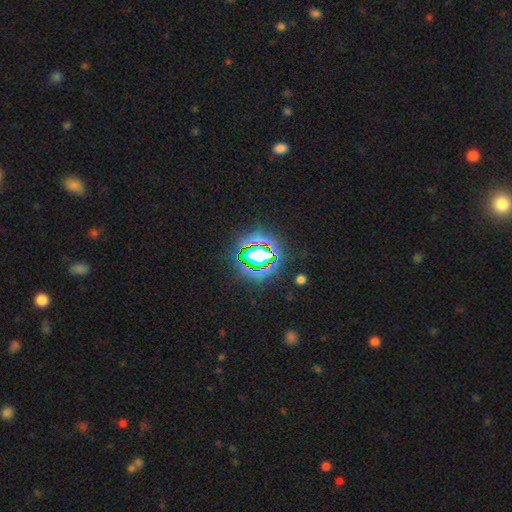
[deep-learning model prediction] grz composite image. It shows a star or artifact, not a galaxy (72%).